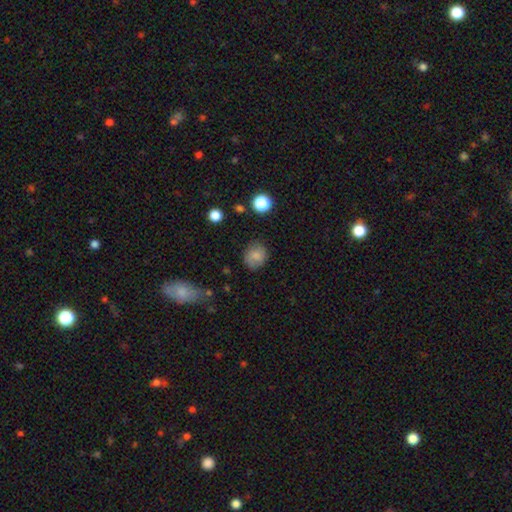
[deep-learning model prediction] Q: Smooth or featured?
A: smooth (80%); runner-up: star or artifact (10%)
Q: How rounded?
A: round (71%); runner-up: in between (29%)
Q: Merging?
A: none (78%); runner-up: minor disturbance (16%)